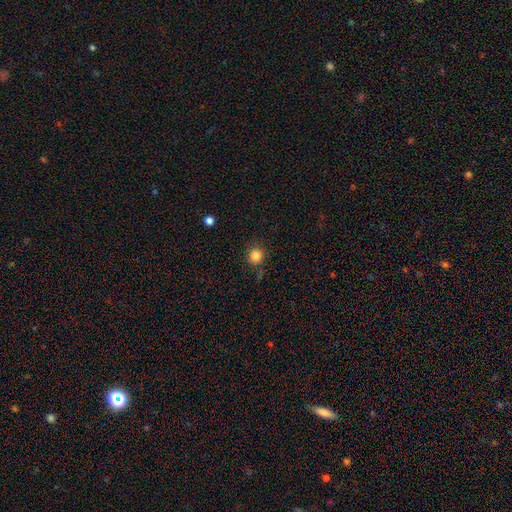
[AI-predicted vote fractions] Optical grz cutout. It shows a smooth galaxy with no disk features (84%) that is round (92%). Merging: none (83%).